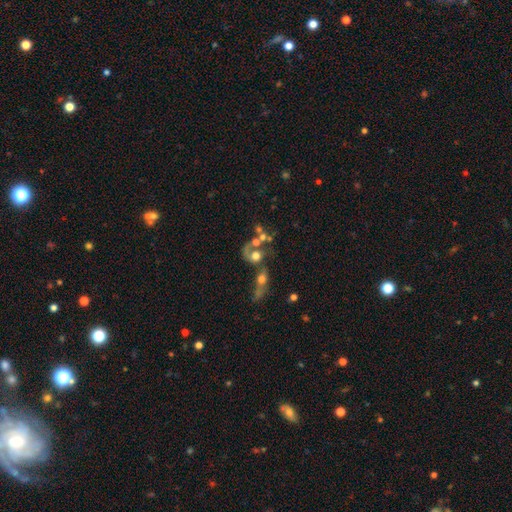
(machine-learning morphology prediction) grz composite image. It shows a smooth galaxy with no disk features (45%). Merging: merger (61%).